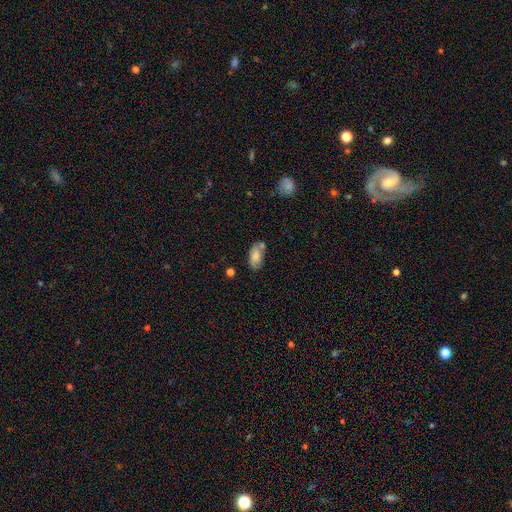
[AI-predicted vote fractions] This is likely a smooth galaxy (71%). How rounded: clearly in between (92%). Merging: possibly none (49%).